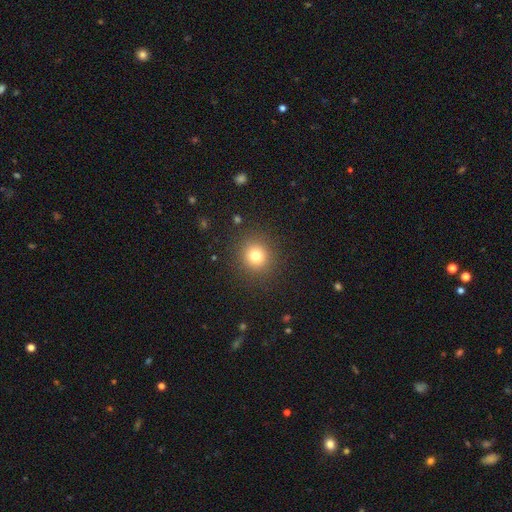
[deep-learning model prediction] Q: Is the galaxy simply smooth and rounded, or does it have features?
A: smooth — 78%.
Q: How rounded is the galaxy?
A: round — 90%.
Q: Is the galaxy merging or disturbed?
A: none — 89%.